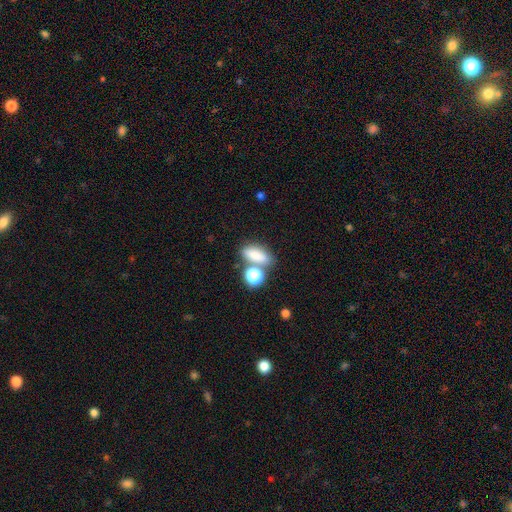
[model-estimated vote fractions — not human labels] smooth-or-featured: smooth: 79% | star or artifact: 12% | featured or disk: 10%
  how-rounded: in between: 71% | round: 17% | cigar-shaped: 12%
  merging: none: 58% | merger: 24% | minor disturbance: 12% | major disturbance: 5%